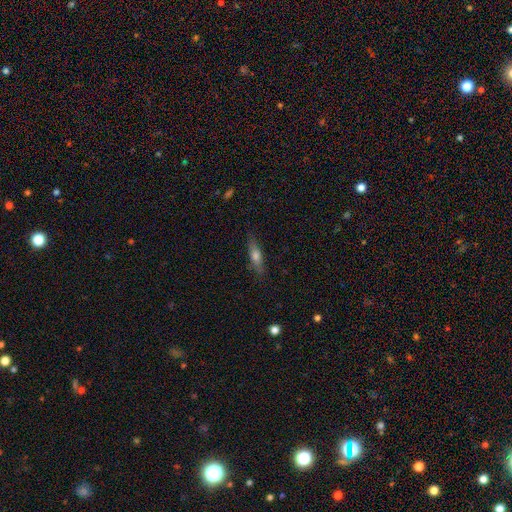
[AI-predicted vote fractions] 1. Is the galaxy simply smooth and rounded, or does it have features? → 60% smooth, 33% featured or disk, 7% star or artifact.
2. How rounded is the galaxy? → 68% cigar-shaped, 30% in between, 2% round.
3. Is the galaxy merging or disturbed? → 81% none, 14% minor disturbance, 3% major disturbance, 1% merger.